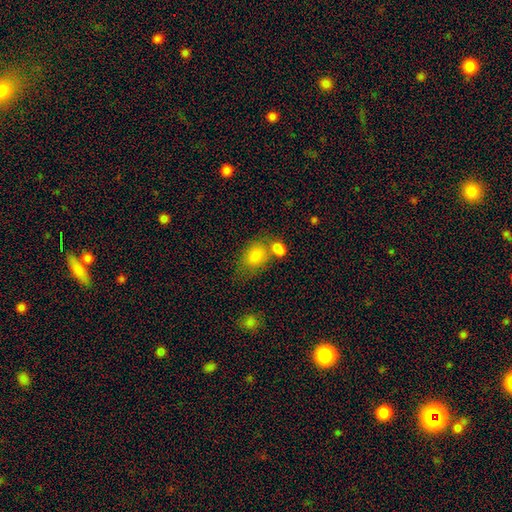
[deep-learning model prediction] smooth 81%, star or artifact 10%, featured or disk 9%. Down the decision tree: how rounded — in between (74%); merging — none (45%).